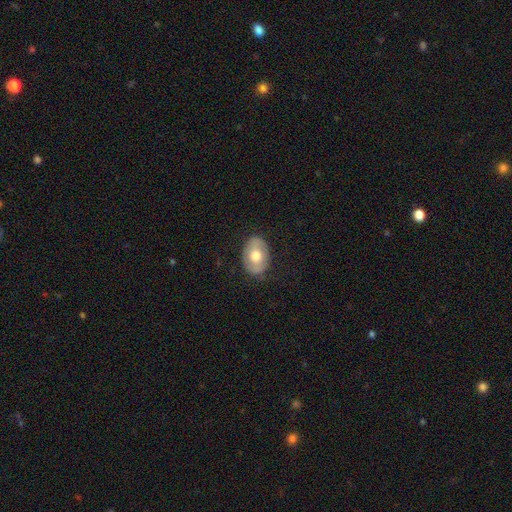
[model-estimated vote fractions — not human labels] Smooth or featured? smooth (61%)
How rounded? in between (82%)
Merging? none (82%)